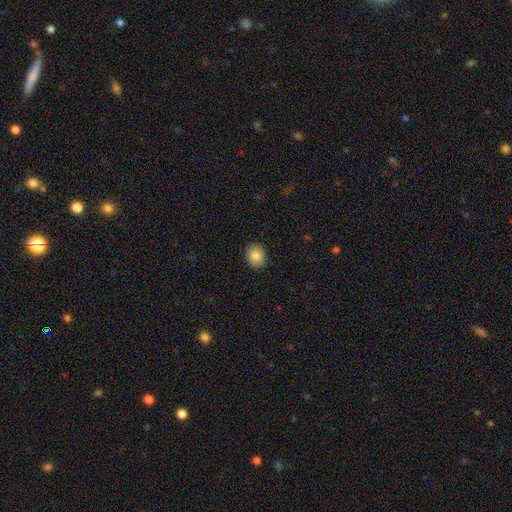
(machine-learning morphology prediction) smooth-or-featured: smooth: 84% | star or artifact: 8% | featured or disk: 7%
  how-rounded: round: 58% | in between: 42% | cigar-shaped: 1%
  merging: none: 90% | minor disturbance: 7% | major disturbance: 2% | merger: 1%